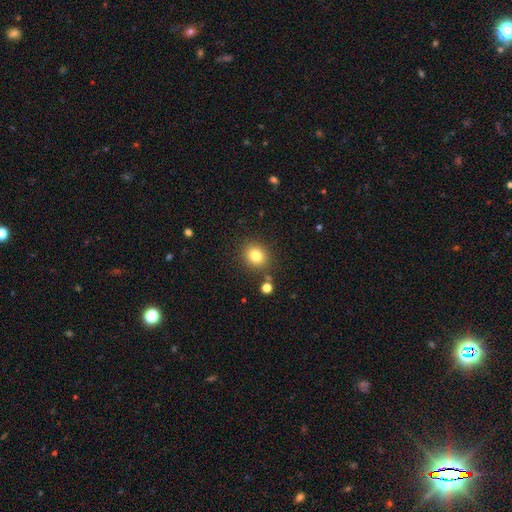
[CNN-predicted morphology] Smooth or featured?
  - smooth: 81% *
  - star or artifact: 12%
  - featured or disk: 7%
How rounded?
  - round: 71% *
  - in between: 28%
  - cigar-shaped: 1%
Merging?
  - none: 85% *
  - minor disturbance: 8%
  - merger: 4%
  - major disturbance: 3%